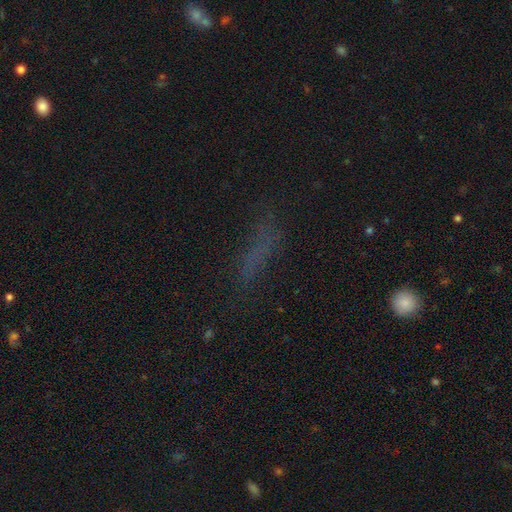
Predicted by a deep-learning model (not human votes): smooth 52%, star or artifact 29%, featured or disk 19%. Down the decision tree: how rounded — cigar-shaped (70%); merging — none (67%).